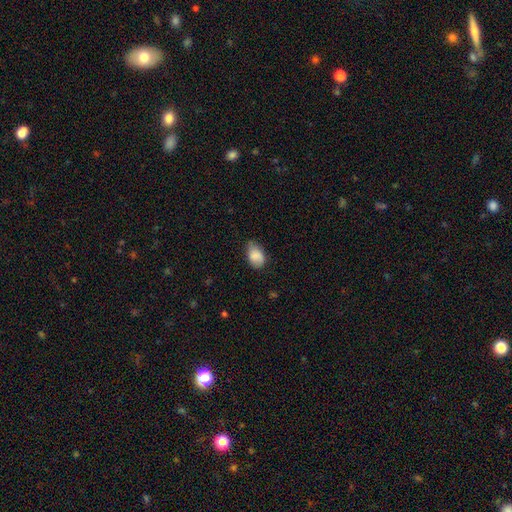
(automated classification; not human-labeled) A smooth galaxy with no disk features (85%) that is in between round and cigar-shaped (86%).

Vote fractions:
- Smooth or featured? smooth: 85% / featured or disk: 8% / star or artifact: 7%
- How rounded? in between: 86% / round: 13% / cigar-shaped: 1%
- Merging? none: 59% / minor disturbance: 33% / major disturbance: 6% / merger: 1%